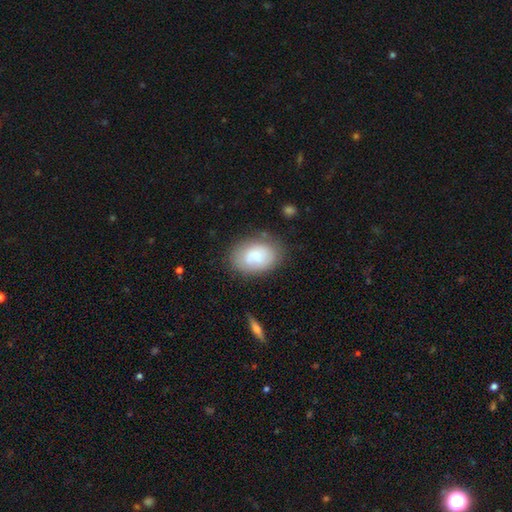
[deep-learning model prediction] Smooth or featured?
  - smooth: 69% *
  - featured or disk: 23%
  - star or artifact: 8%
How rounded?
  - in between: 79% *
  - round: 19%
  - cigar-shaped: 1%
Merging?
  - none: 75% *
  - minor disturbance: 17%
  - major disturbance: 5%
  - merger: 3%